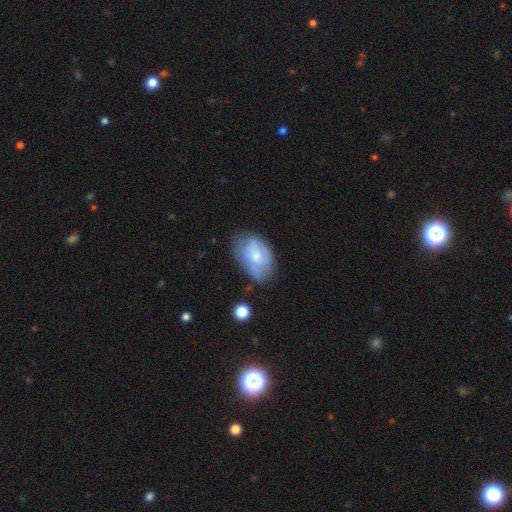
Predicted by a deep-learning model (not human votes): Overall: featured or disk (48%; smooth 45%). Merging: none (60%; minor disturbance 28%).